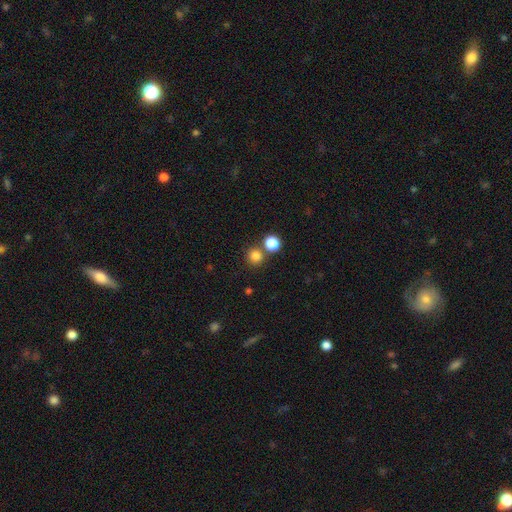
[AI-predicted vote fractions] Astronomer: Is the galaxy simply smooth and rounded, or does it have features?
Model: smooth — 81%.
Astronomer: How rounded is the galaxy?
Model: round — 93%.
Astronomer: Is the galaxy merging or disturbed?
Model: none — 72%.